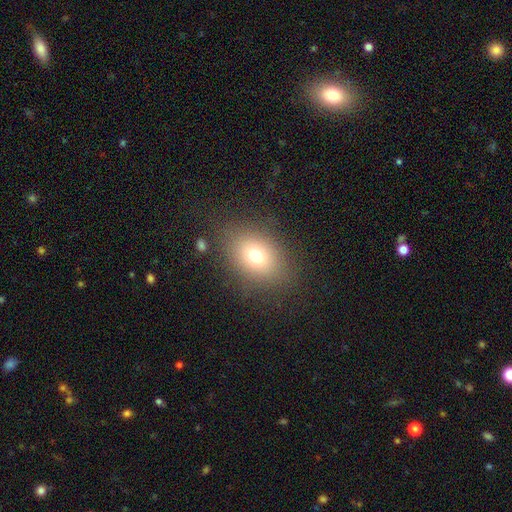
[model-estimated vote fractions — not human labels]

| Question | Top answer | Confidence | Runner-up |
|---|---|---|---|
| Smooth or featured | smooth | 72% | star or artifact (14%) |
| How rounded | in between | 64% | round (34%) |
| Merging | none | 82% | minor disturbance (11%) |